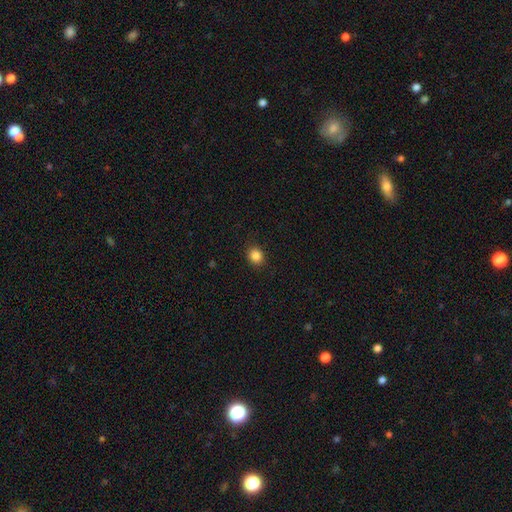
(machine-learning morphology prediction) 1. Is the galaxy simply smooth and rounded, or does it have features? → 86% smooth, 11% star or artifact, 4% featured or disk.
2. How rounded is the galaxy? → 67% round, 32% in between, 1% cigar-shaped.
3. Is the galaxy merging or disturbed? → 89% none, 8% minor disturbance, 2% major disturbance, 1% merger.